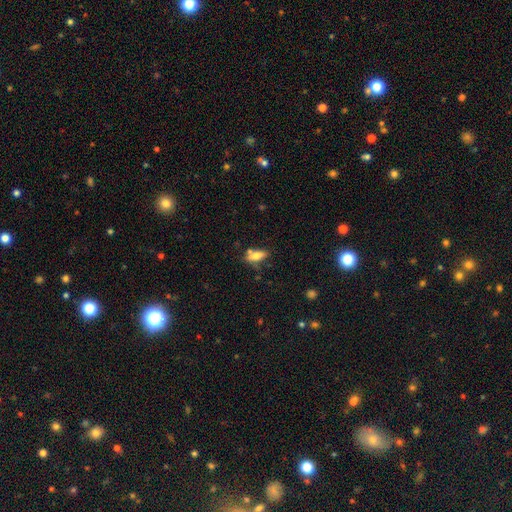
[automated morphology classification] Smooth or featured? Predicted: smooth (p=0.66). How rounded? Predicted: in between (p=0.66). Merging? Predicted: none (p=0.60).